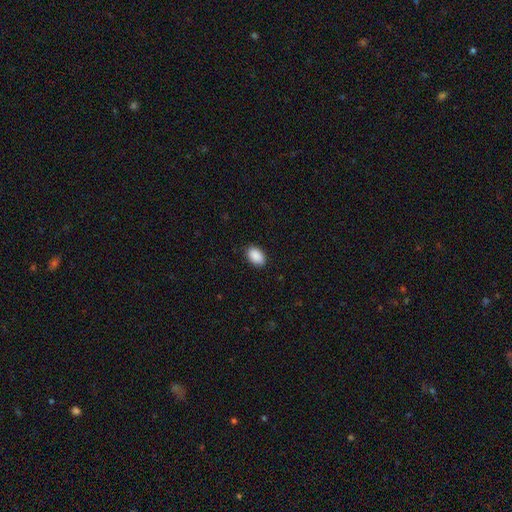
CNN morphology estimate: This appears to be a smooth galaxy with no disk features (91%) that is in between round and cigar-shaped (90%). Merging: none (89%).